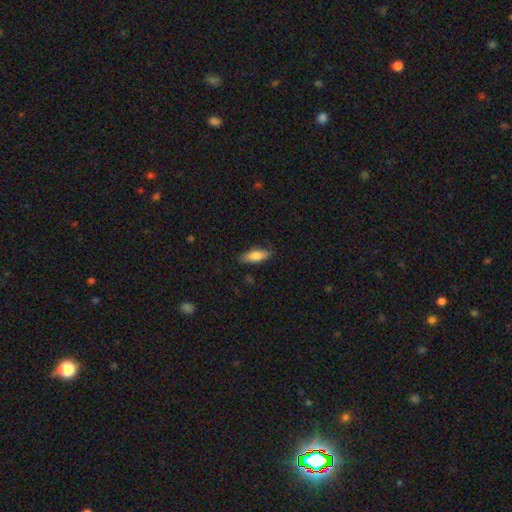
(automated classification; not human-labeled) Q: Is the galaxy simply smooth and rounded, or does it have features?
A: smooth — 75%.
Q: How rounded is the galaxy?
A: in between — 57%.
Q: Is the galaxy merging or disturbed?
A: none — 83%.